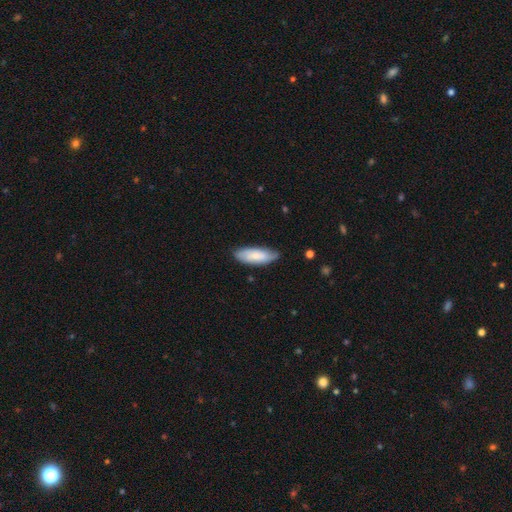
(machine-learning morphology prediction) Q: Smooth or featured?
A: smooth (70%); runner-up: featured or disk (25%)
Q: How rounded?
A: in between (70%); runner-up: cigar-shaped (29%)
Q: Merging?
A: none (74%); runner-up: minor disturbance (21%)